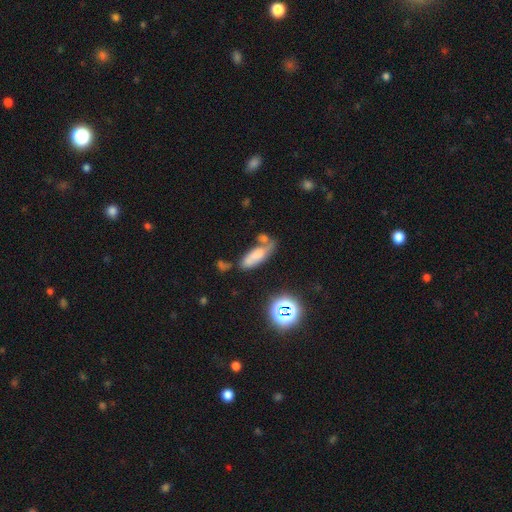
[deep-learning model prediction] A smooth galaxy with no disk features (64%) that is in between round and cigar-shaped (68%).

Vote fractions:
- Smooth or featured? smooth: 64% / featured or disk: 21% / star or artifact: 15%
- How rounded? in between: 68% / cigar-shaped: 28% / round: 4%
- Merging? none: 36% / merger: 29% / minor disturbance: 21% / major disturbance: 14%